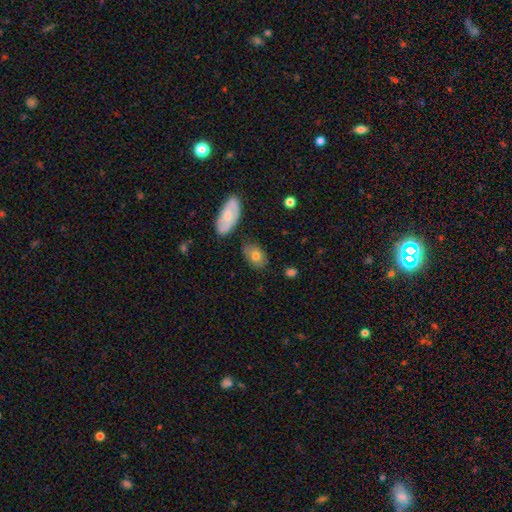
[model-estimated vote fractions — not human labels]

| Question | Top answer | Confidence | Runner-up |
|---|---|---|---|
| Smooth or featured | smooth | 70% | featured or disk (21%) |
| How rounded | in between | 82% | round (16%) |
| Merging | none | 69% | minor disturbance (20%) |